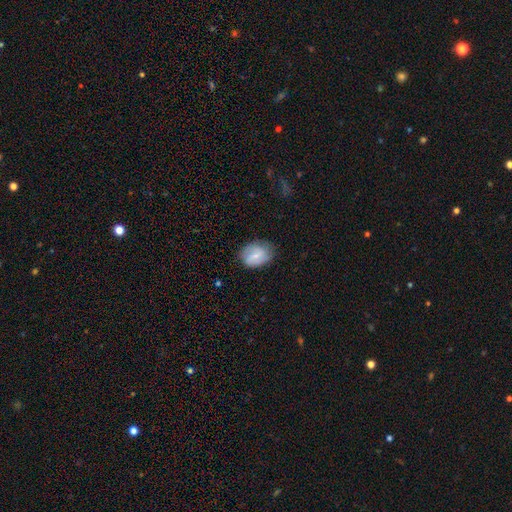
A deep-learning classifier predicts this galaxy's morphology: A smooth galaxy with no disk features (54%) that is in between round and cigar-shaped (64%).

Vote fractions:
- Smooth or featured? smooth: 54% / featured or disk: 39% / star or artifact: 7%
- How rounded? in between: 64% / round: 35% / cigar-shaped: 1%
- Merging? none: 71% / minor disturbance: 21% / major disturbance: 6% / merger: 1%